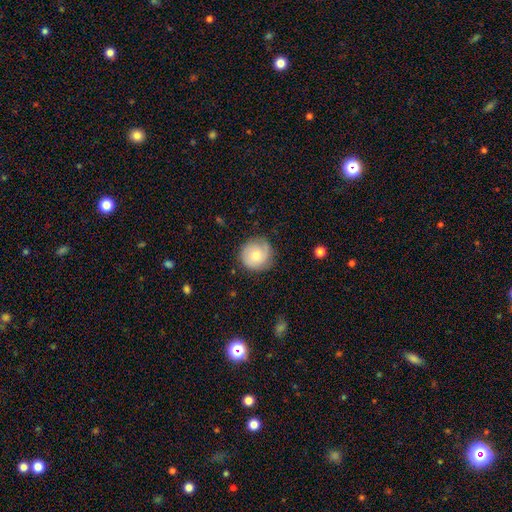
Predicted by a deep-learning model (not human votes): Q: Smooth or featured?
A: smooth (59%); runner-up: featured or disk (33%)
Q: How rounded?
A: round (91%); runner-up: in between (8%)
Q: Merging?
A: none (75%); runner-up: minor disturbance (18%)